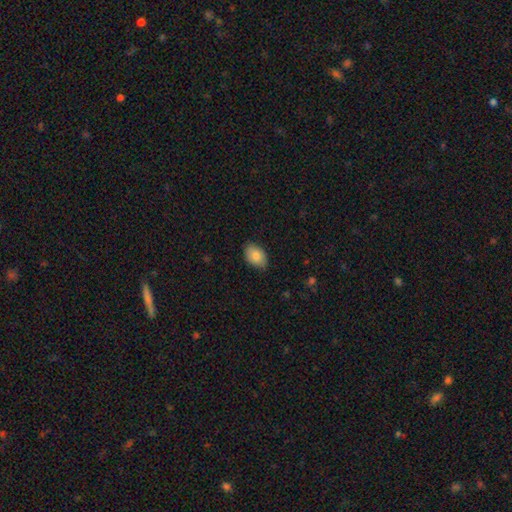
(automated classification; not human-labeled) Morphology: type=smooth (85%); roundness=in between (87%); merging=none (81%).